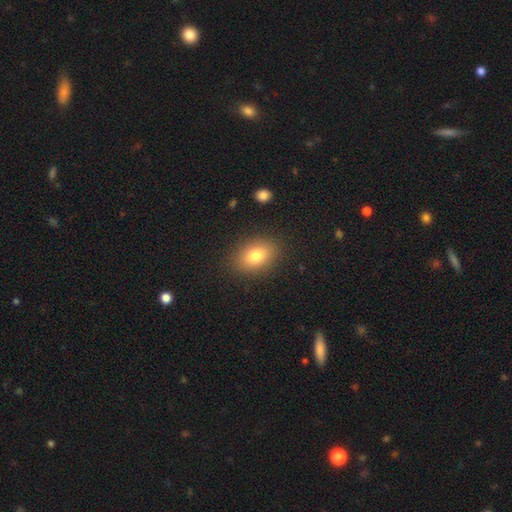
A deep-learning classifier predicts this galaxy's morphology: The model was most divided on "how rounded": in between: 78%, round: 21%, cigar-shaped: 1%. More confident: merging — none (87%); smooth or featured — smooth (80%).